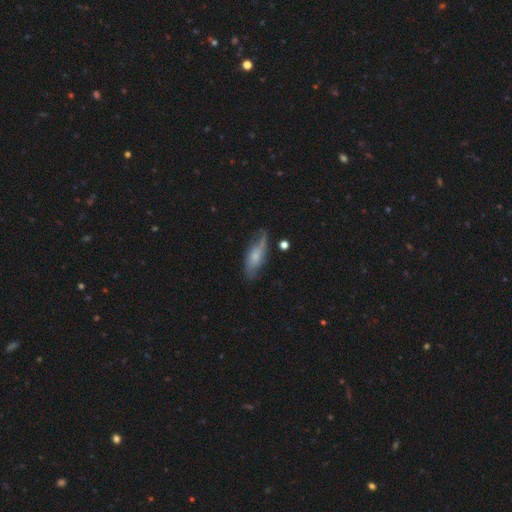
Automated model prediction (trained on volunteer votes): The model was most divided on "smooth or featured": featured or disk: 49%, smooth: 44%, star or artifact: 8%. More confident: merging — none (60%).